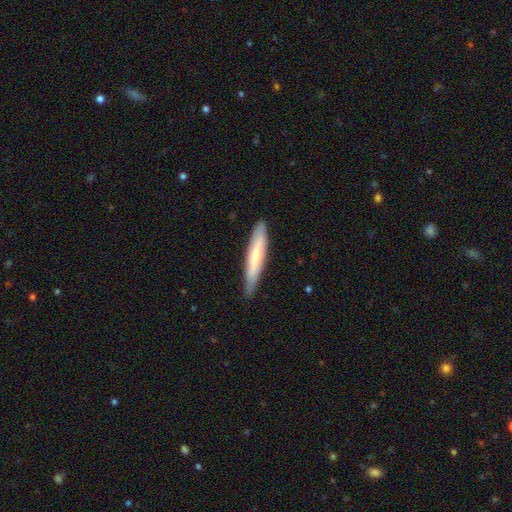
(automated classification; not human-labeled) Smooth or featured? Predicted: smooth (p=0.58). How rounded? Predicted: cigar-shaped (p=0.90). Merging? Predicted: none (p=0.83).